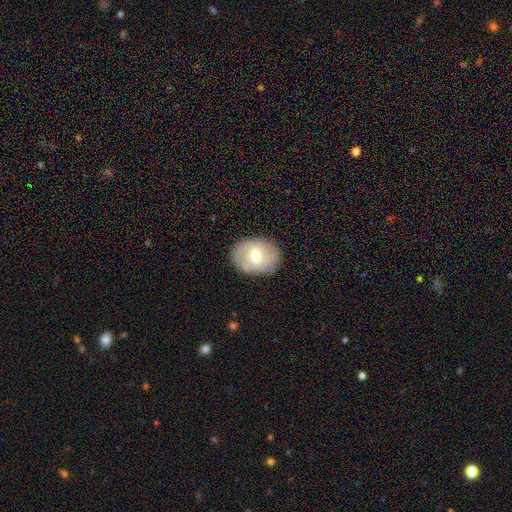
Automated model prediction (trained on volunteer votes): Smooth or featured? smooth (54%)
How rounded? in between (55%)
Merging? none (85%)